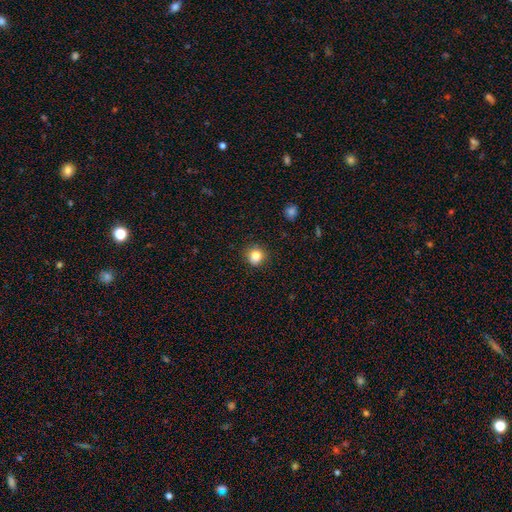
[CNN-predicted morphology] smooth_or_featured: smooth (p=0.84) [alt: star or artifact p=0.11]
how_rounded: round (p=0.87) [alt: in between p=0.12]
merging: none (p=0.88) [alt: minor disturbance p=0.09]